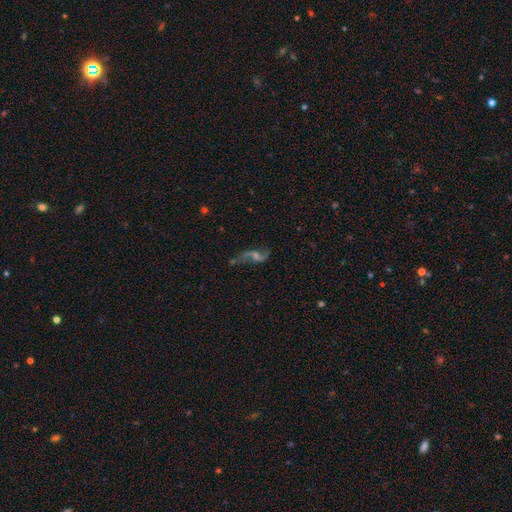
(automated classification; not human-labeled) Overall: featured or disk (79%). Edge-on disk: no (93%). Bar: no (44%; weak 43%). Spiral arms: yes (90%). Spiral arm count: 2 (90%). Spiral winding: loose (87%). Bulge size: small (42%; moderate 34%). Merging: none (62%).